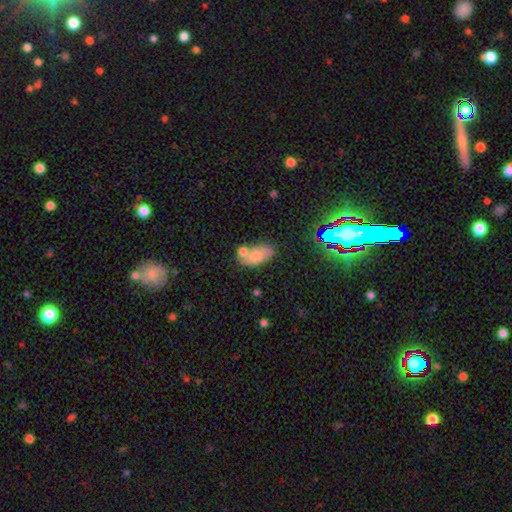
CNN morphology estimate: Overall: smooth (71%). How rounded: in between (91%). Merging: none (47%; merger 29%).